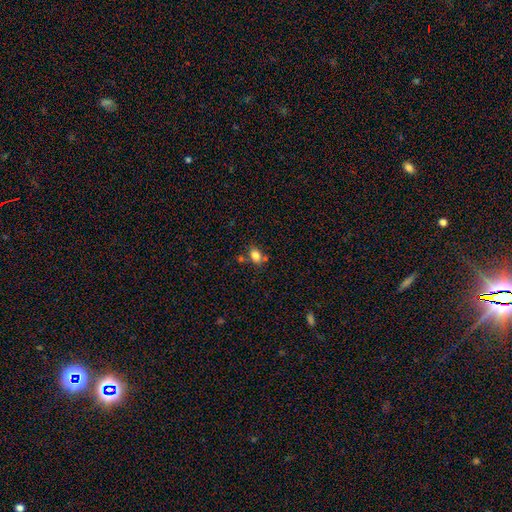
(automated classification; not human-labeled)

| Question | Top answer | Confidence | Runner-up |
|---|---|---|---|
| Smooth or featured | smooth | 81% | star or artifact (11%) |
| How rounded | in between | 74% | round (24%) |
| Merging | none | 64% | merger (16%) |